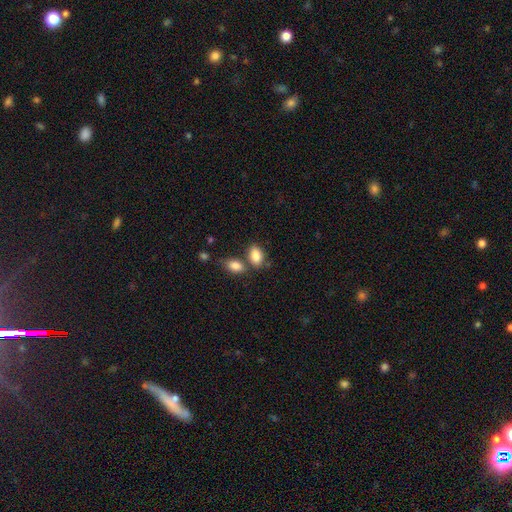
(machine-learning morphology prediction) Smooth or featured: smooth — 86% (star or artifact — 7%)
How rounded: in between — 90% (round — 9%)
Merging: none — 58% (merger — 26%)